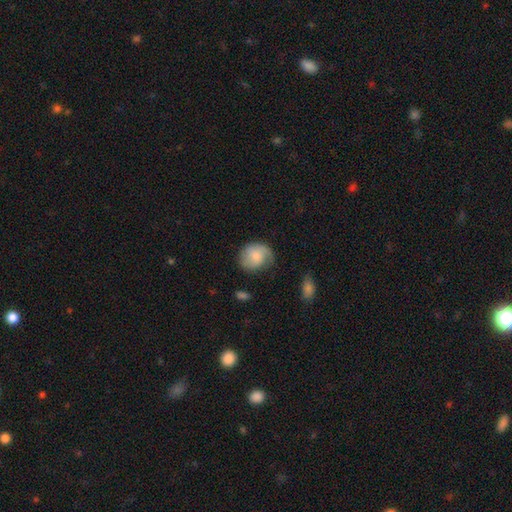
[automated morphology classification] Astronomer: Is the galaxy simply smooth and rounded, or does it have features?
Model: smooth — 61%.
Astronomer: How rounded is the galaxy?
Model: round — 69%.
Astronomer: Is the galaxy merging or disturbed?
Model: none — 62%.